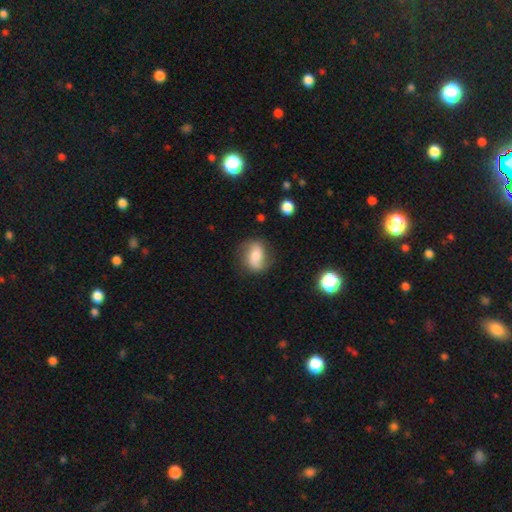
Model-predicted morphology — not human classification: Smooth or featured: smooth — 61% (featured or disk — 31%)
How rounded: in between — 67% (round — 31%)
Merging: none — 70% (minor disturbance — 21%)